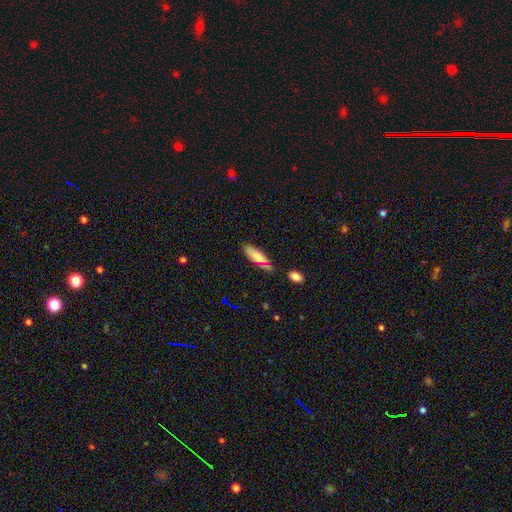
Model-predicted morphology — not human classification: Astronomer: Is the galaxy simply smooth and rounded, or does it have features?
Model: smooth — 74%.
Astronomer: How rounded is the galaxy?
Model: in between — 51% (runner-up: cigar-shaped, 47%).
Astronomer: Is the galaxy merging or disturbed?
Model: none — 68%.